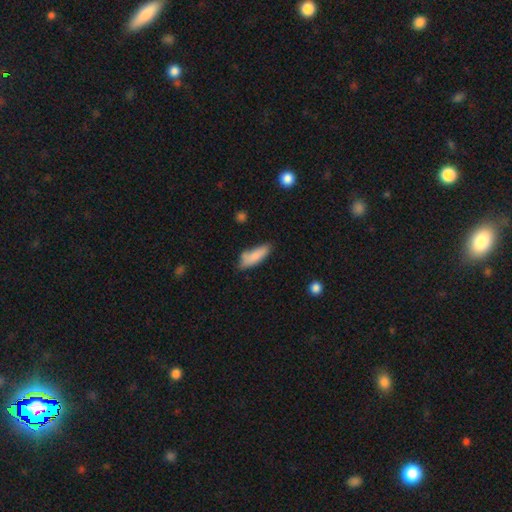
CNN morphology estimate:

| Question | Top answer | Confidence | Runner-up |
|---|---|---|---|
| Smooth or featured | smooth | 82% | featured or disk (12%) |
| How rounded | in between | 58% | cigar-shaped (39%) |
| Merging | none | 57% | minor disturbance (29%) |